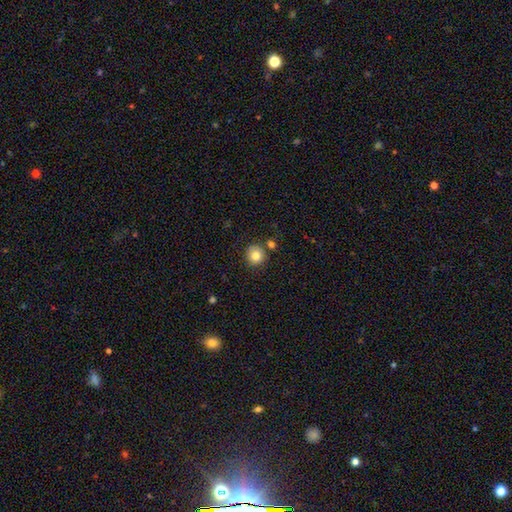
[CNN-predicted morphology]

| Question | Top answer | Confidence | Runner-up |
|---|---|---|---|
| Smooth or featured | smooth | 81% | star or artifact (10%) |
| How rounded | round | 91% | in between (9%) |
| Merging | none | 81% | minor disturbance (9%) |